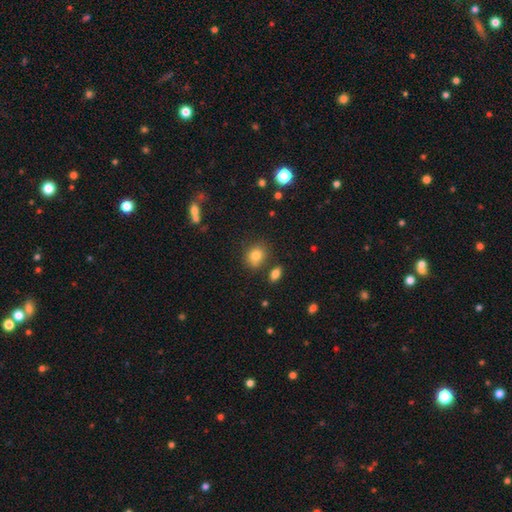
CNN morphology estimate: Smooth or featured? smooth (81%)
How rounded? round (62%)
Merging? none (73%)